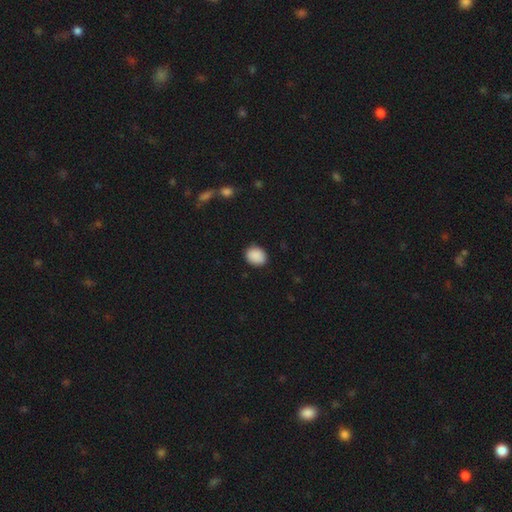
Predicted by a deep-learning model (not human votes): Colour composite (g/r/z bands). It shows a smooth galaxy with no disk features (90%) that is round (55%). Merging: none (87%).